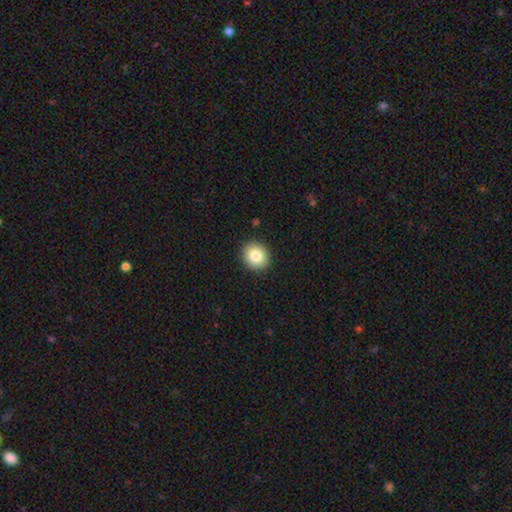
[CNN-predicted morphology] The model was most divided on "how rounded": round: 80%, in between: 19%, cigar-shaped: 1%. More confident: merging — none (91%); smooth or featured — smooth (83%).